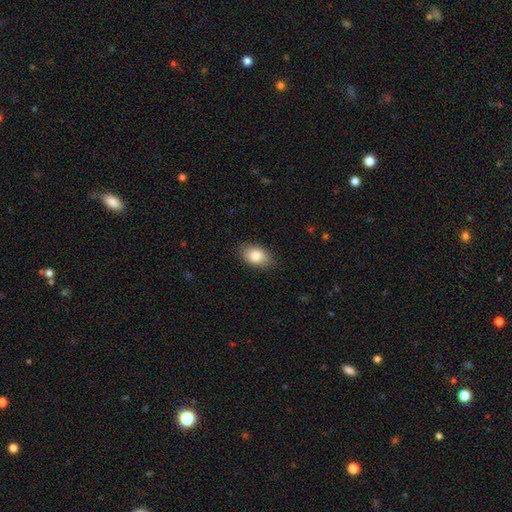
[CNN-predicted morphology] Q: Smooth or featured?
A: smooth (84%); runner-up: featured or disk (9%)
Q: How rounded?
A: in between (88%); runner-up: round (10%)
Q: Merging?
A: none (85%); runner-up: minor disturbance (11%)